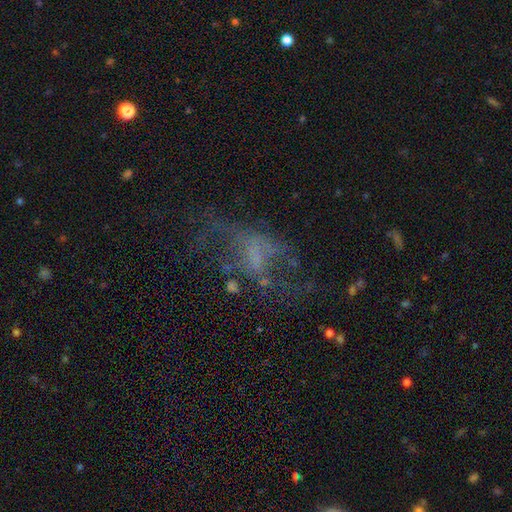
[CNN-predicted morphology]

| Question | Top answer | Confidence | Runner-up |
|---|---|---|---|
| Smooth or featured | featured or disk | 56% | smooth (22%) |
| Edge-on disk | no | 95% | yes (5%) |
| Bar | no | 70% | weak (22%) |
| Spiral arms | no | 72% | yes (28%) |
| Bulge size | none | 68% | small (18%) |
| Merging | major disturbance | 44% | none (34%) |